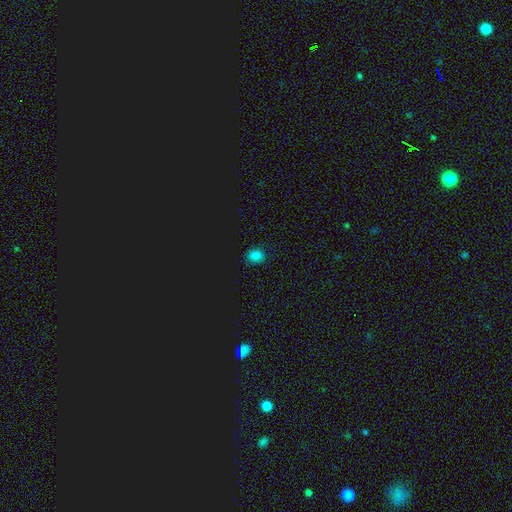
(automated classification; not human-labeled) Overall: smooth (77%). How rounded: in between (55%; round 44%). Merging: none (87%).